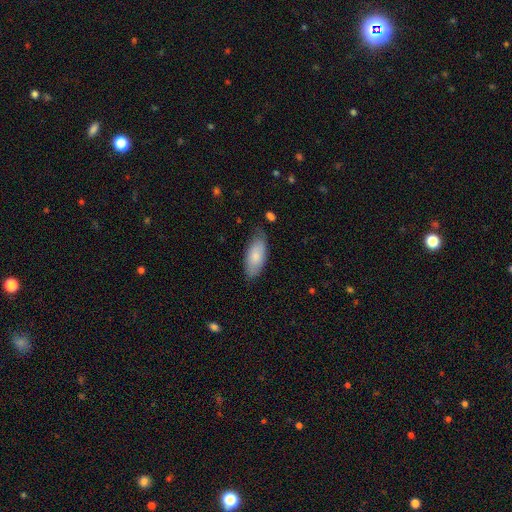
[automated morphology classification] type=smooth (79%); roundness=in between (88%); merging=none (70%).